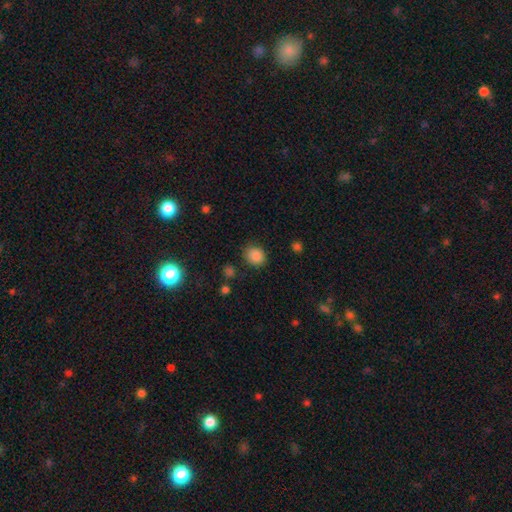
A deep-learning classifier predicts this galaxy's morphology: type=smooth (85%); roundness=round (66%); merging=none (81%).